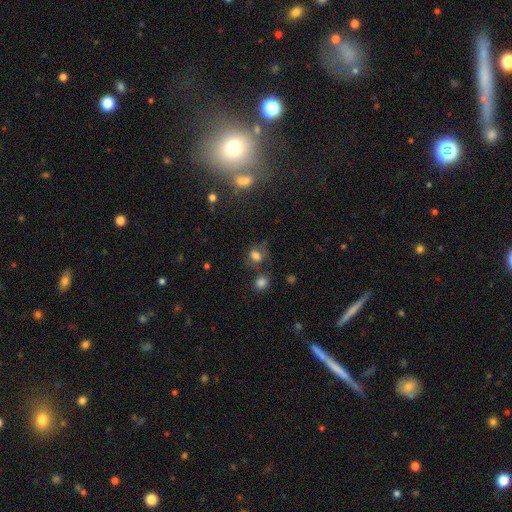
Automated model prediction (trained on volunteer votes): Smooth or featured? smooth (67%)
How rounded? round (51%)
Merging? none (49%)